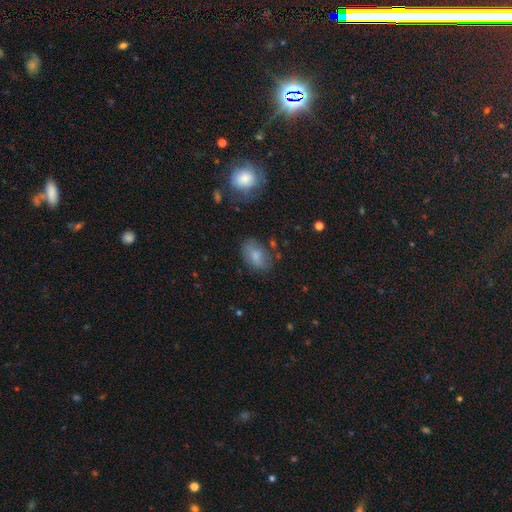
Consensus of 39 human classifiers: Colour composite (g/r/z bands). It shows a smooth galaxy with no disk features (87%) that is in between round and cigar-shaped (91%). Merging: none (89%).